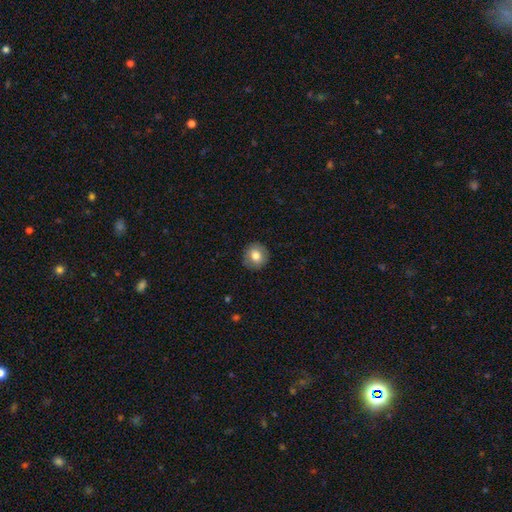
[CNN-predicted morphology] Smooth or featured: smooth — 77% (featured or disk — 15%)
How rounded: round — 90% (in between — 9%)
Merging: none — 88% (minor disturbance — 9%)